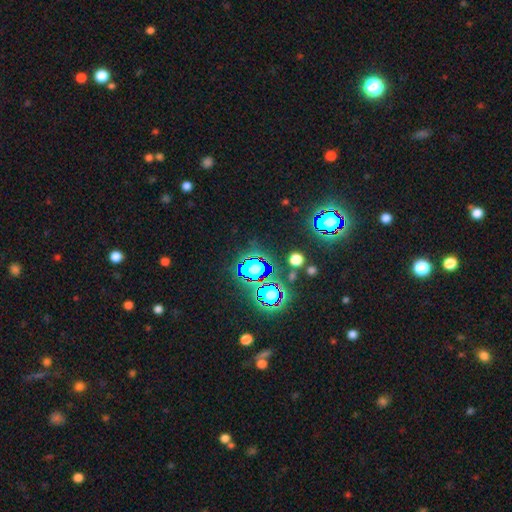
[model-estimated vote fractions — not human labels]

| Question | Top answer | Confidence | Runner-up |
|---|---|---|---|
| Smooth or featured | star or artifact | 82% | smooth (11%) |